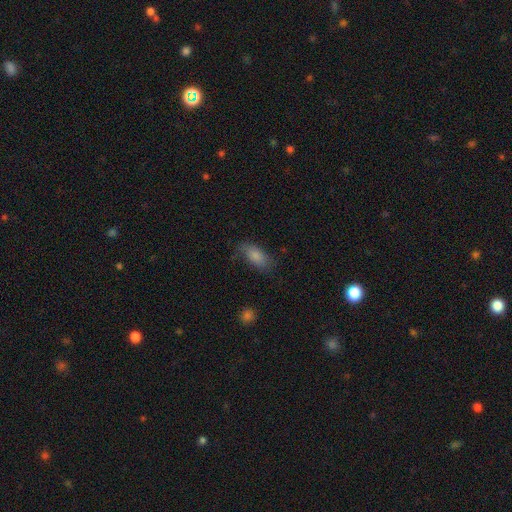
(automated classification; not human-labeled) Q: Smooth or featured?
A: smooth (81%); runner-up: featured or disk (12%)
Q: How rounded?
A: in between (88%); runner-up: cigar-shaped (9%)
Q: Merging?
A: none (67%); runner-up: minor disturbance (23%)